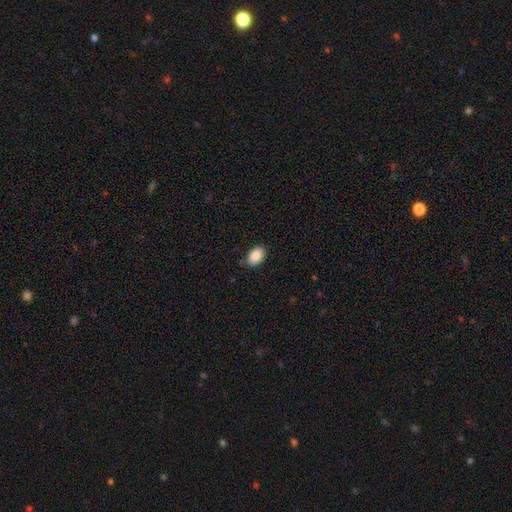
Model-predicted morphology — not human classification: A smooth galaxy with no disk features (88%) that is in between round and cigar-shaped (88%).

Vote fractions:
- Smooth or featured? smooth: 88% / star or artifact: 7% / featured or disk: 5%
- How rounded? in between: 88% / round: 11% / cigar-shaped: 1%
- Merging? none: 81% / minor disturbance: 15% / major disturbance: 3% / merger: 1%